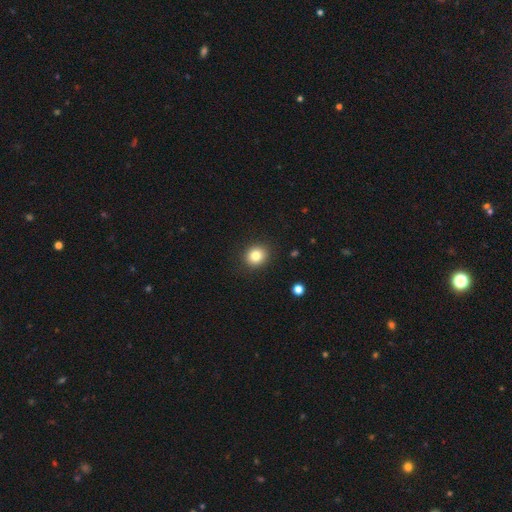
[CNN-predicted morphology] smooth 83%, star or artifact 11%, featured or disk 7%. Down the decision tree: how rounded — round (81%); merging — none (90%).